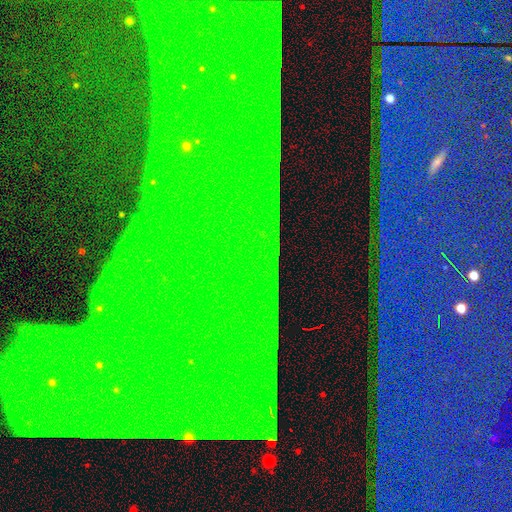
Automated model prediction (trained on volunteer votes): A star or artifact, not a galaxy (85%).

Vote fractions:
- Smooth or featured? star or artifact: 85% / featured or disk: 8% / smooth: 6%